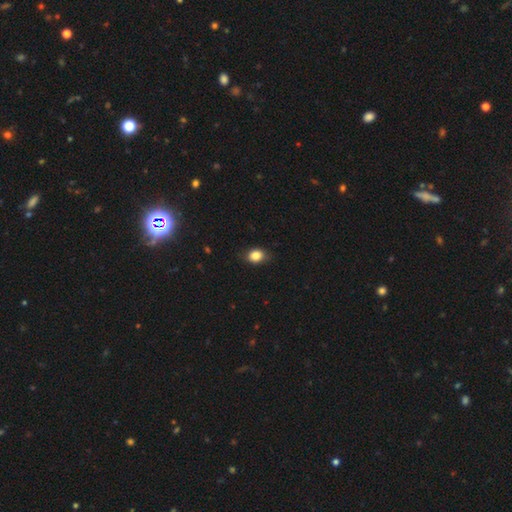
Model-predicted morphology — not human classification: Smooth or featured: smooth — 85% (star or artifact — 9%)
How rounded: in between — 60% (round — 39%)
Merging: none — 80% (minor disturbance — 16%)